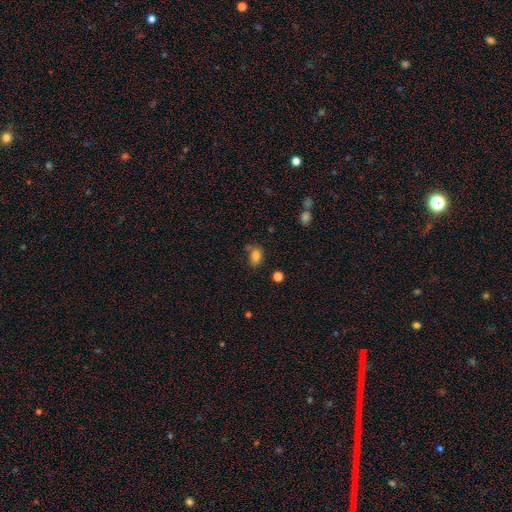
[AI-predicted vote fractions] smooth 81%, star or artifact 12%, featured or disk 8%. Down the decision tree: how rounded — in between (83%); merging — none (59%).